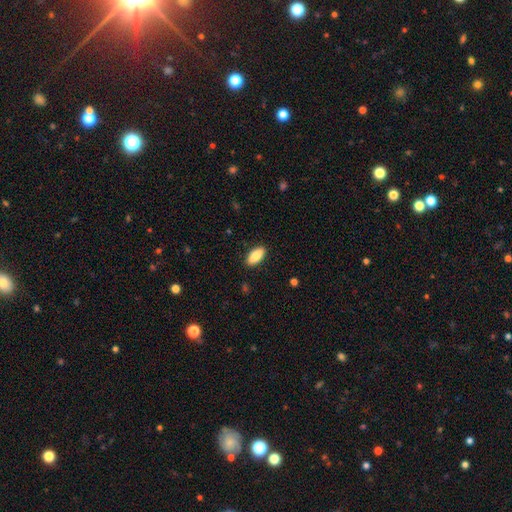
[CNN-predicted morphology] Overall: smooth (87%). How rounded: in between (87%). Merging: none (89%).